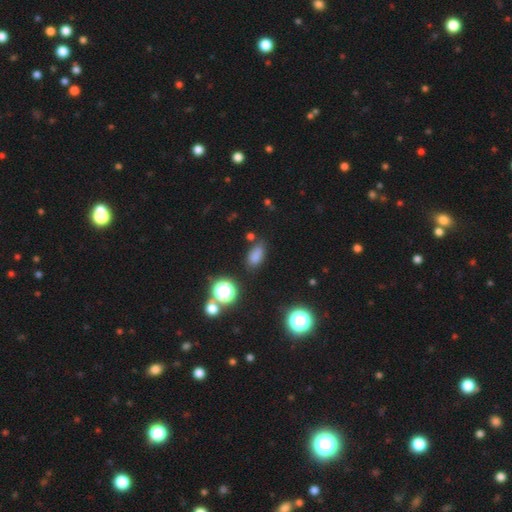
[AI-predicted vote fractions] Smooth or featured?
  - smooth: 74% *
  - star or artifact: 19%
  - featured or disk: 7%
How rounded?
  - in between: 83% *
  - round: 12%
  - cigar-shaped: 5%
Merging?
  - none: 70% *
  - minor disturbance: 20%
  - major disturbance: 6%
  - merger: 5%